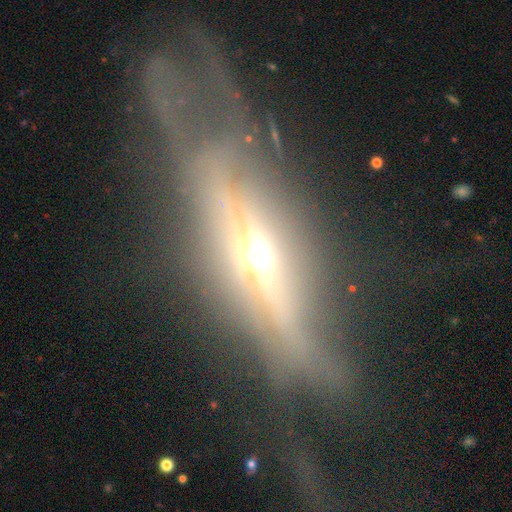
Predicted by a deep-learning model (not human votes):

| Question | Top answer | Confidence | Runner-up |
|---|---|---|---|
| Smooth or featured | featured or disk | 74% | smooth (17%) |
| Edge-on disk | yes | 76% | no (24%) |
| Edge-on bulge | rounded | 89% | boxy (6%) |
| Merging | none | 47% | major disturbance (30%) |